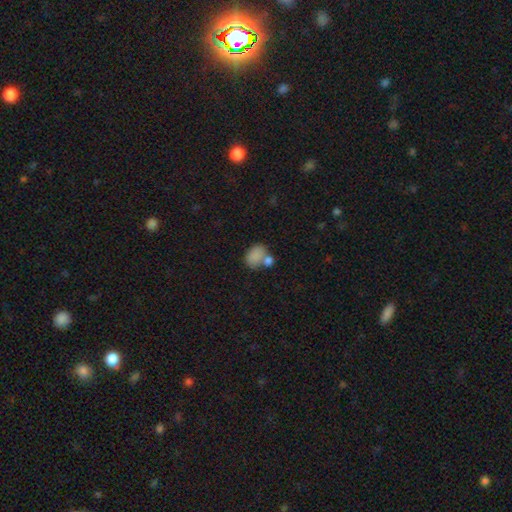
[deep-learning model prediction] This is clearly a smooth galaxy (82%). How rounded: likely in between (62%). Merging: marginally none (41%).